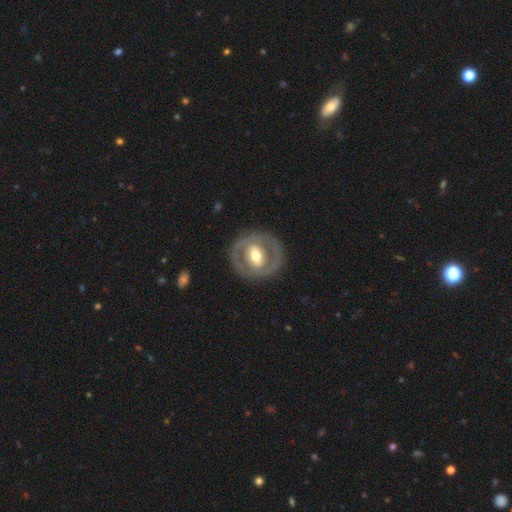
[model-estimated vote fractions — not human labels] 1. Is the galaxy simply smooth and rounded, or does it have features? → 69% featured or disk, 26% smooth, 4% star or artifact.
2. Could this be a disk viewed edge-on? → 95% no, 5% yes.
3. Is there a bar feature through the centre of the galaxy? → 35% weak, 33% no, 32% strong.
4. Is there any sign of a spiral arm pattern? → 64% no, 36% yes.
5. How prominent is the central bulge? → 71% moderate, 15% large, 12% small, 1% dominant, 1% none.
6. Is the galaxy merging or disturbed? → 81% none, 11% minor disturbance, 6% major disturbance, 1% merger.